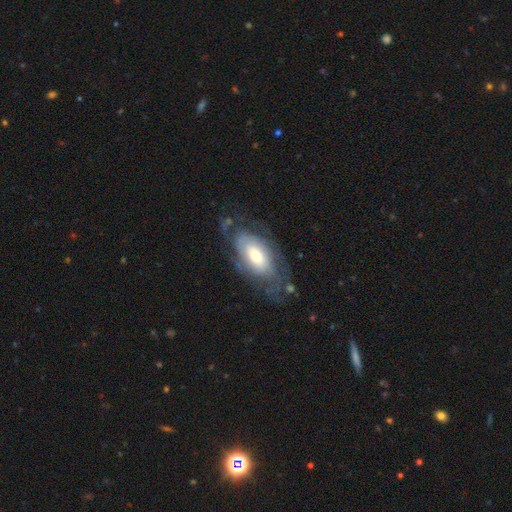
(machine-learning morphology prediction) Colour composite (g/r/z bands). It shows a featured or disk galaxy (69%) with no bar (65%), spiral arms (77%) and a moderate central bulge (52%). Merging: none (61%).